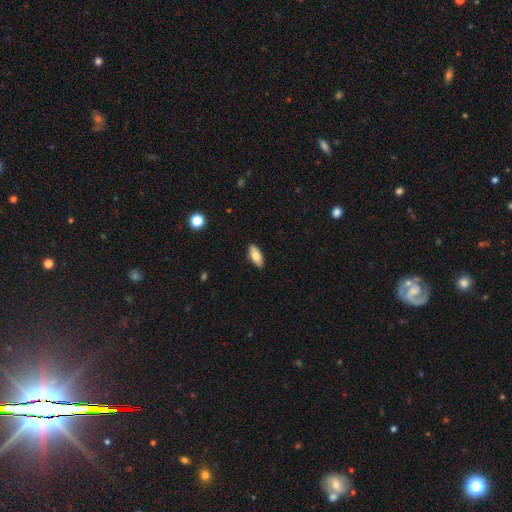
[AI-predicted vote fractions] A smooth galaxy with no disk features (77%) that is in between round and cigar-shaped (80%).

Vote fractions:
- Smooth or featured? smooth: 77% / featured or disk: 17% / star or artifact: 7%
- How rounded? in between: 80% / cigar-shaped: 17% / round: 3%
- Merging? none: 88% / minor disturbance: 9% / major disturbance: 2% / merger: 1%